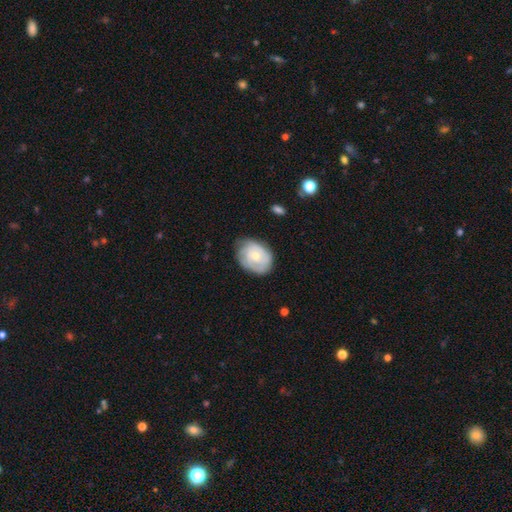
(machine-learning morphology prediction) This is possibly a featured or disk galaxy (58%). It is clearly not viewed edge-on (97%). Bar: likely no (79%). Spiral arm pattern: likely yes (79%). Central bulge: possibly small (57%). Merging: likely none (65%).